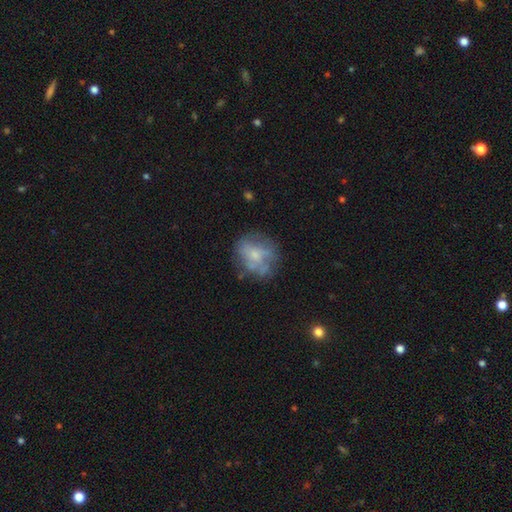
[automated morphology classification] Smooth or featured: featured or disk — 46% (smooth — 43%)
Merging: none — 58% (minor disturbance — 22%)